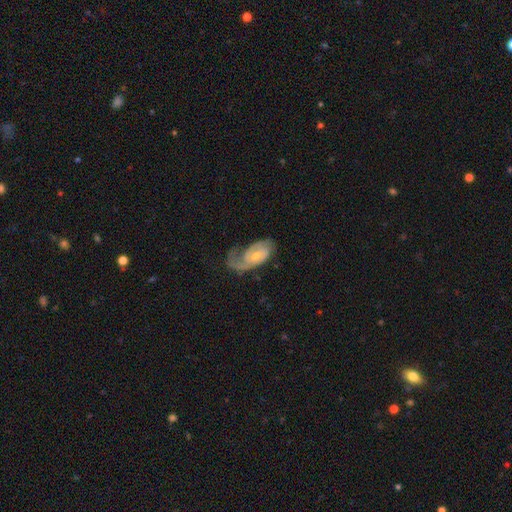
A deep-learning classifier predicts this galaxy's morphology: Overall: featured or disk (80%). Edge-on disk: no (96%). Bar: no (54%; weak 38%). Spiral arms: yes (93%). Spiral arm count: 2 (56%; 1 30%). Spiral winding: medium (41%; tight 38%). Bulge size: small (48%; moderate 45%). Merging: none (45%; major disturbance 28%).